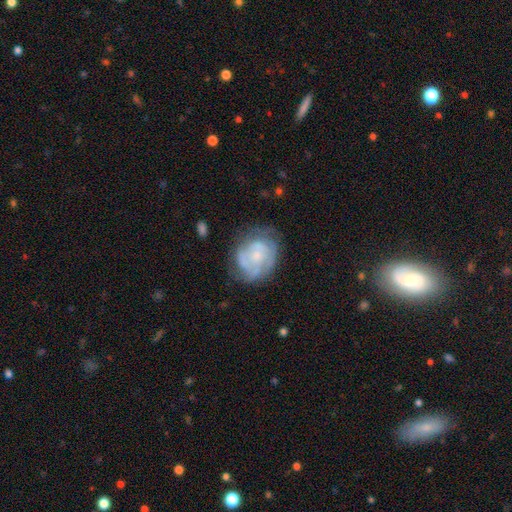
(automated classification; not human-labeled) smooth-or-featured: featured or disk: 69% | smooth: 24% | star or artifact: 7%
  disk-edge-on: no: 98% | yes: 2%
    bar: no: 76% | weak: 20% | strong: 3%
    has-spiral-arms: yes: 76% | no: 24%
      spiral-winding: tight: 58% | medium: 31% | loose: 11%
      spiral-arm-count: can't tell: 46% | 2: 23% | 3: 16% | 1: 6% | 4: 5% | more than 4: 4%
    bulge-size: small: 60% | moderate: 25% | none: 11% | large: 2% | dominant: 1%
  merging: none: 58% | minor disturbance: 25% | major disturbance: 14% | merger: 3%